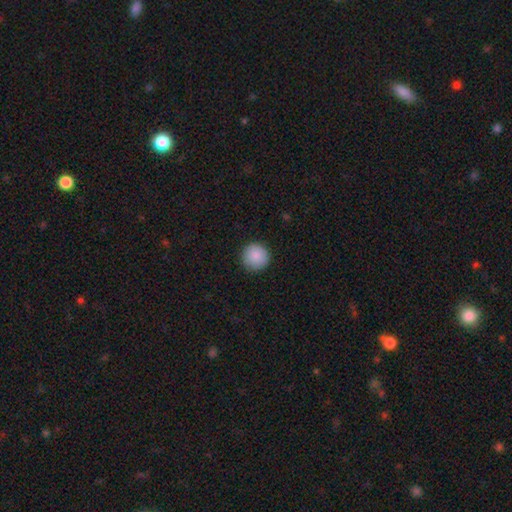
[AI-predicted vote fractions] Morphology: type=smooth (89%); roundness=round (95%); merging=none (91%).